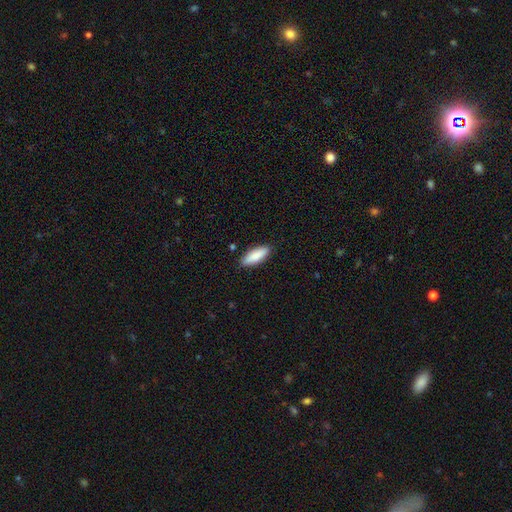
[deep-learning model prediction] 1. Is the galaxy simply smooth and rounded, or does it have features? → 84% smooth, 10% featured or disk, 6% star or artifact.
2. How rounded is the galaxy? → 53% in between, 45% cigar-shaped, 2% round.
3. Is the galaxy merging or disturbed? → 88% none, 9% minor disturbance, 2% major disturbance, 1% merger.